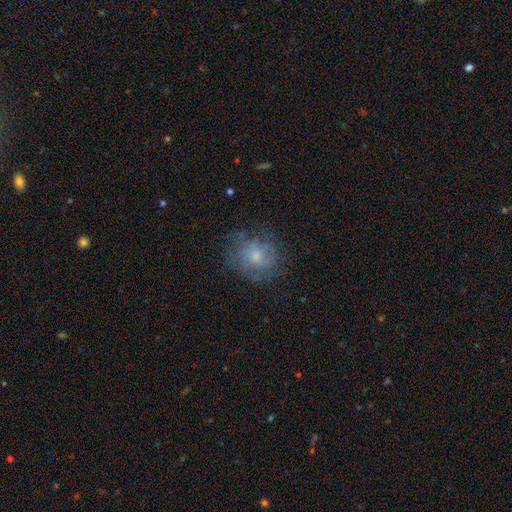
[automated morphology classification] type=smooth (51%); roundness=round (71%); merging=none (66%).